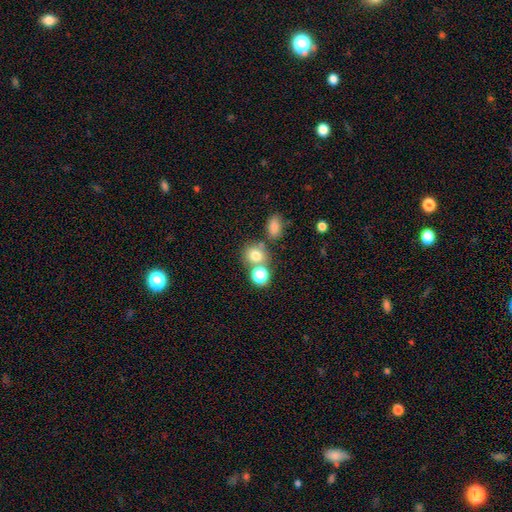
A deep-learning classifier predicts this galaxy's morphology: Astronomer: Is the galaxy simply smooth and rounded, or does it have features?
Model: smooth — 74%.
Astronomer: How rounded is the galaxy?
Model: round — 74%.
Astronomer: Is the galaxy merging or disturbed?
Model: none — 57%.